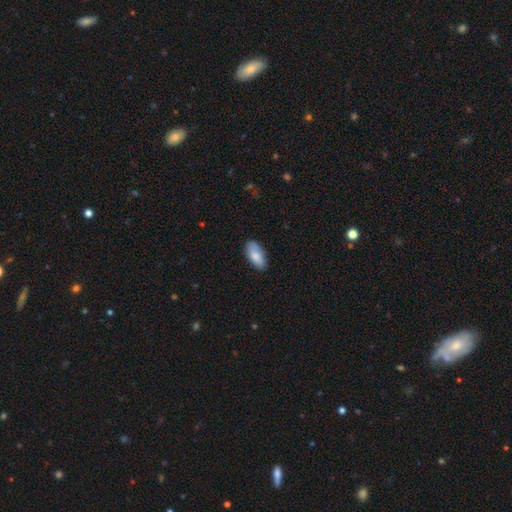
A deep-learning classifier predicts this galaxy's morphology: smooth 84%, featured or disk 10%, star or artifact 6%. Down the decision tree: how rounded — in between (89%); merging — none (80%).